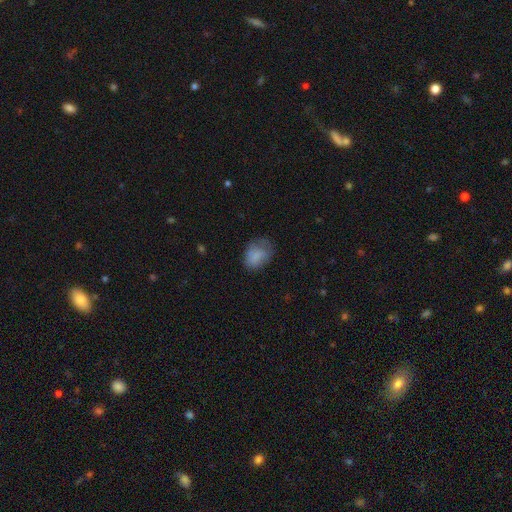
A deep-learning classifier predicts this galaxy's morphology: A smooth galaxy with no disk features (80%) that is in between round and cigar-shaped (68%). Merging: none (58%).